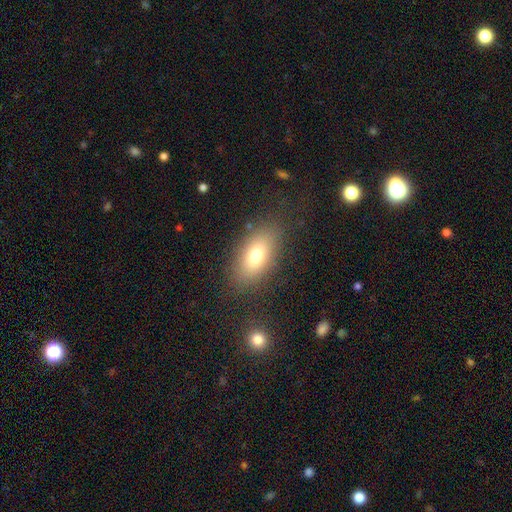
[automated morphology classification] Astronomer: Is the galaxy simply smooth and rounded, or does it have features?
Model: smooth — 74%.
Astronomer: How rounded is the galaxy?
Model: in between — 86%.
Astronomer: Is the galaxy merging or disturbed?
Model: none — 82%.